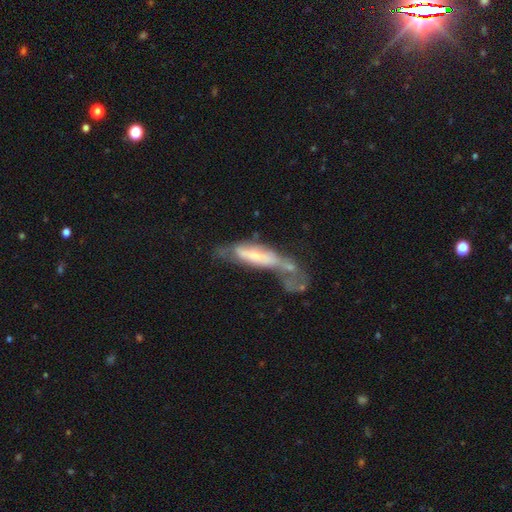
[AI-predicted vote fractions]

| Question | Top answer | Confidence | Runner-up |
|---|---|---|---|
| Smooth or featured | featured or disk | 53% | smooth (39%) |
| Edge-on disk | no | 68% | yes (32%) |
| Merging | major disturbance | 36% | merger (35%) |